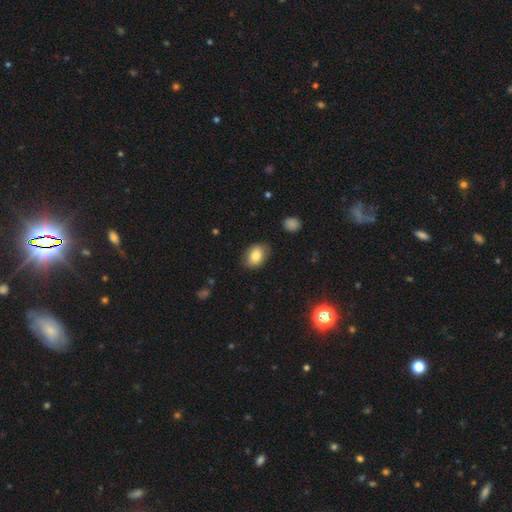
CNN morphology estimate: type=smooth (80%); roundness=in between (75%); merging=none (82%).